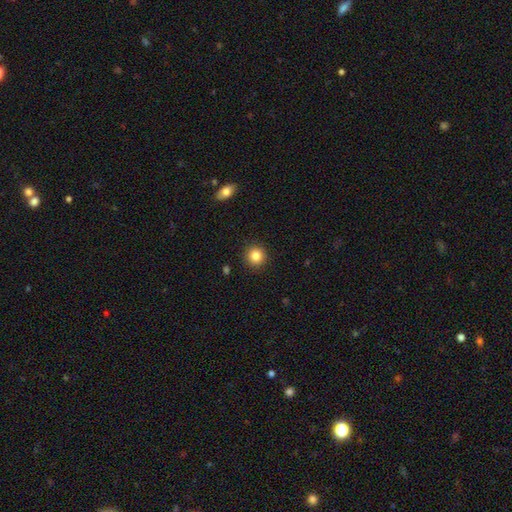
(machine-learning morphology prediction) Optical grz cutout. It shows a smooth galaxy with no disk features (84%) that is round (93%). Merging: none (91%).